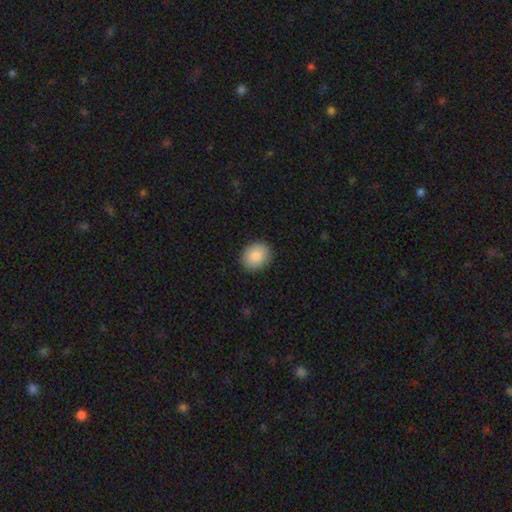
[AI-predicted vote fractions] Smooth or featured: smooth — 87% (star or artifact — 7%)
How rounded: round — 59% (in between — 40%)
Merging: none — 89% (minor disturbance — 8%)